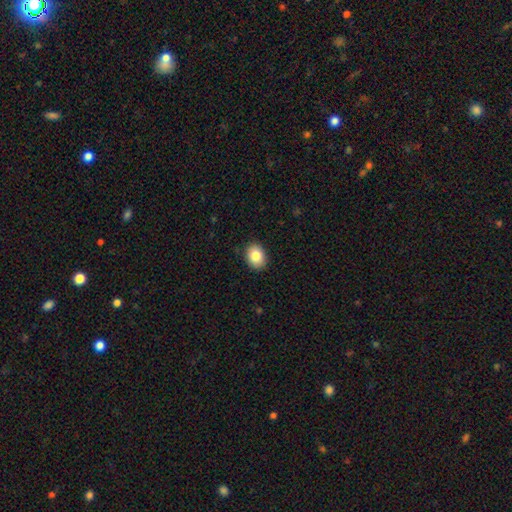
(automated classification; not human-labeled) Overall: smooth (84%). How rounded: in between (62%; round 37%). Merging: none (89%).